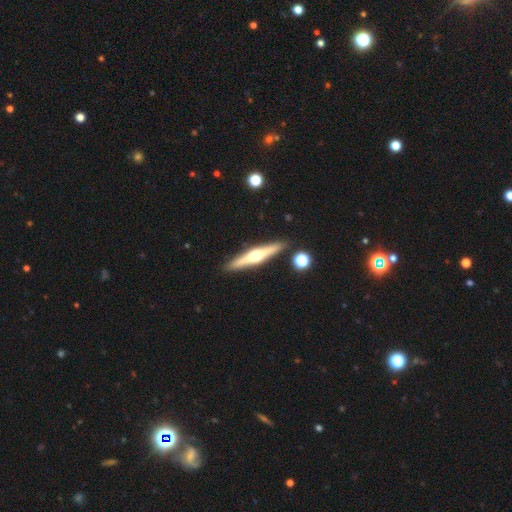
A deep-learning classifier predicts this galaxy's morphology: Smooth or featured: featured or disk — 70% (smooth — 25%)
Edge-on disk: yes — 97% (no — 3%)
Edge-on bulge: rounded — 94% (boxy — 3%)
Merging: none — 90% (minor disturbance — 6%)